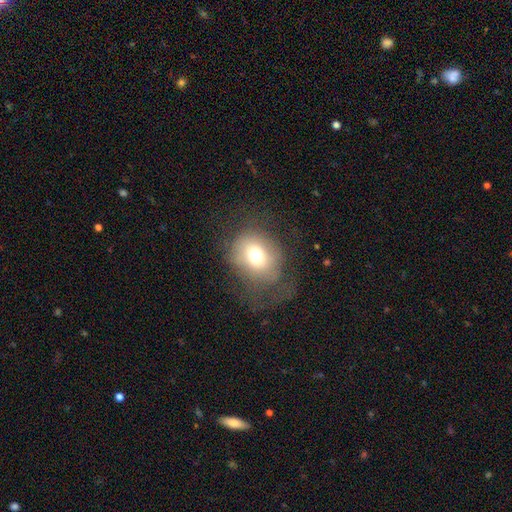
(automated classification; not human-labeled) A smooth galaxy with no disk features (68%) that is round (64%).

Vote fractions:
- Smooth or featured? smooth: 68% / featured or disk: 19% / star or artifact: 13%
- How rounded? round: 64% / in between: 35% / cigar-shaped: 1%
- Merging? none: 53% / major disturbance: 25% / minor disturbance: 21% / merger: 2%